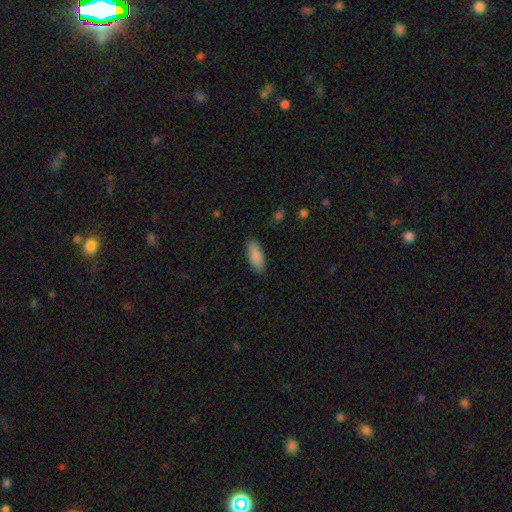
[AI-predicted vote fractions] Smooth or featured? smooth (88%)
How rounded? in between (82%)
Merging? none (84%)